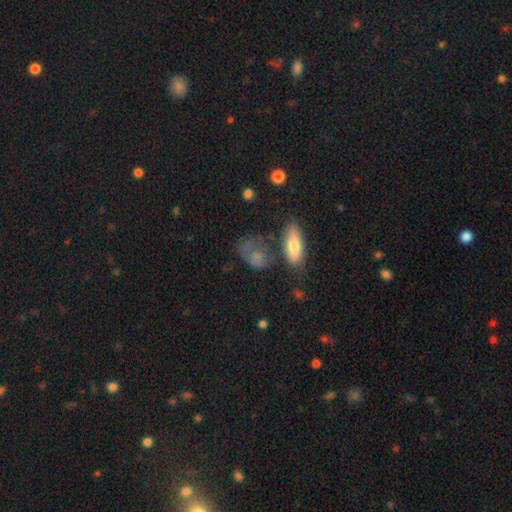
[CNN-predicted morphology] smooth-or-featured: smooth: 68% | featured or disk: 19% | star or artifact: 13%
  how-rounded: in between: 67% | round: 27% | cigar-shaped: 6%
  merging: none: 43% | minor disturbance: 25% | major disturbance: 21% | merger: 12%